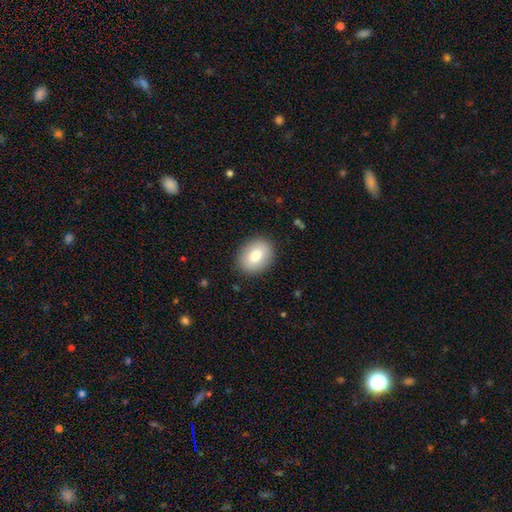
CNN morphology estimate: Smooth or featured: smooth — 82% (featured or disk — 11%)
How rounded: in between — 73% (round — 26%)
Merging: none — 88% (minor disturbance — 9%)